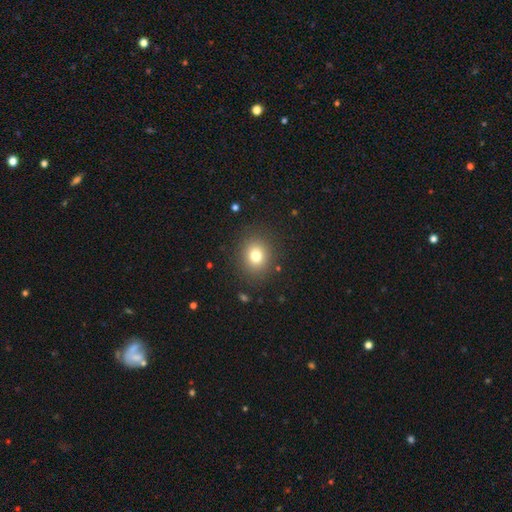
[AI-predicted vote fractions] This is likely a smooth galaxy (77%). How rounded: likely round (71%). Merging: clearly none (87%).